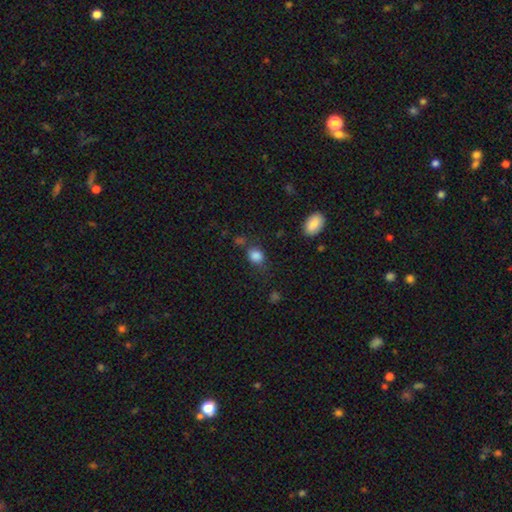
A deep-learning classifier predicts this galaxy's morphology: This appears to be a smooth galaxy with no disk features (84%) that is round (51%). Merging: none (65%).